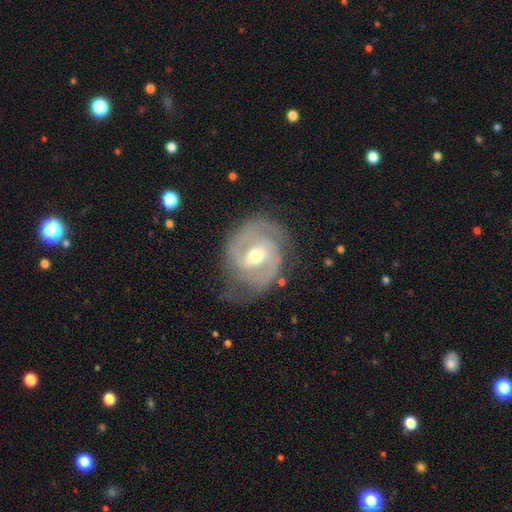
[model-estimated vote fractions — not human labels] This appears to be a featured or disk galaxy (87%) with a weak bar (50%), 2 (79%) tight (47%) spiral arms (94%) and a moderate central bulge (64%). Merging: none (68%).